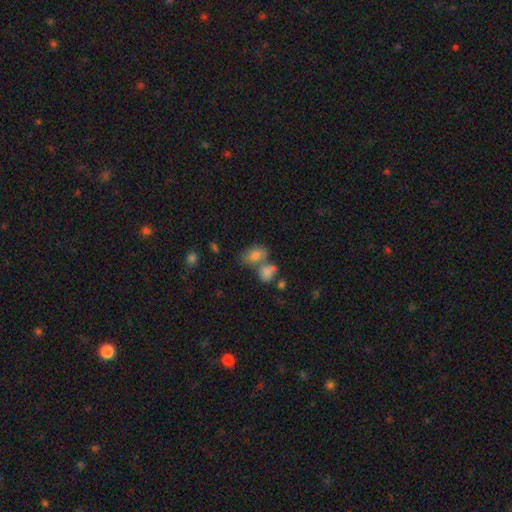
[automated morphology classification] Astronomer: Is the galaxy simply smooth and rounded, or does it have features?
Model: smooth — 77%.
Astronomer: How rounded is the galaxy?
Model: in between — 79%.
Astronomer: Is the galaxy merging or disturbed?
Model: merger — 43% (runner-up: none, 39%).